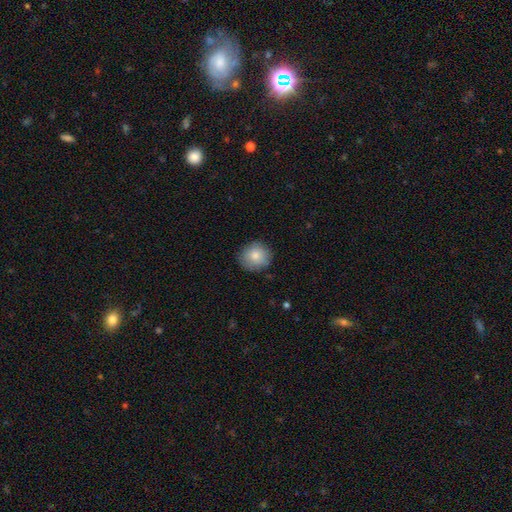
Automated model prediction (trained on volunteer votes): This is clearly a smooth galaxy (83%). How rounded: clearly round (88%). Merging: clearly none (83%).